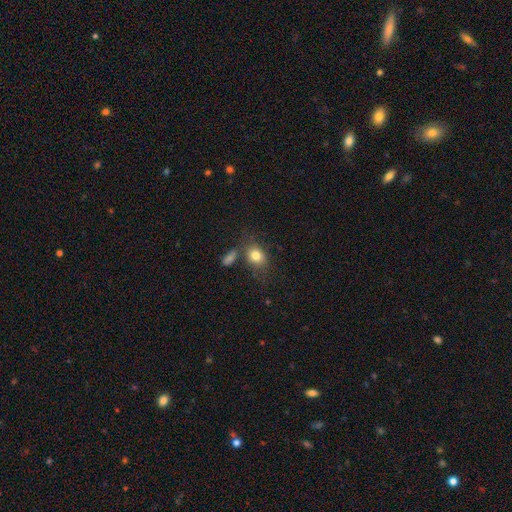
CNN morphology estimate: Q: Smooth or featured?
A: smooth (79%); runner-up: featured or disk (10%)
Q: How rounded?
A: in between (55%); runner-up: round (44%)
Q: Merging?
A: none (64%); runner-up: minor disturbance (16%)